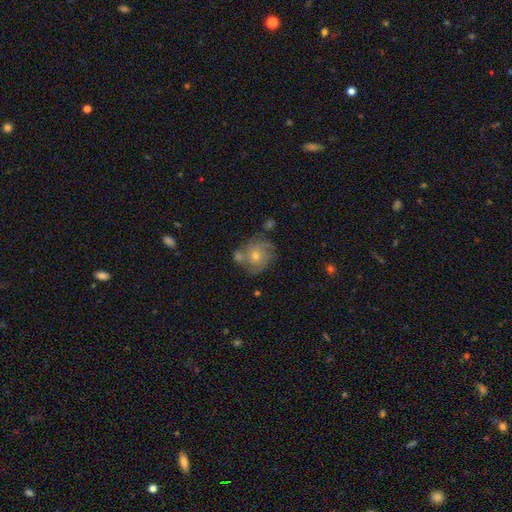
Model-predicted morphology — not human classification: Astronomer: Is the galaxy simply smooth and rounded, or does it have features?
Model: featured or disk — 63%.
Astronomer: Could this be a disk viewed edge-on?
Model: no — 97%.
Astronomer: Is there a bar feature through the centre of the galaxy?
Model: no — 81%.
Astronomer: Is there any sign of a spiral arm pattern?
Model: yes — 85%.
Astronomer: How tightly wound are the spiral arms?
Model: tight — 53% (runner-up: medium, 36%).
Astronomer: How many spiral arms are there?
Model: can't tell — 32% (runner-up: 3, 30%).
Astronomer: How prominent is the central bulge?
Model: small — 48%, tied with moderate at 48%.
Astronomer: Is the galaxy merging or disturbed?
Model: none — 62%.